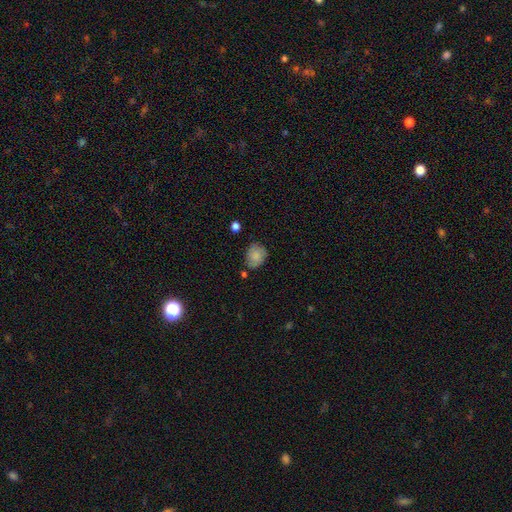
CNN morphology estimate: This appears to be a smooth galaxy with no disk features (81%) that is round (52%). Merging: none (64%).